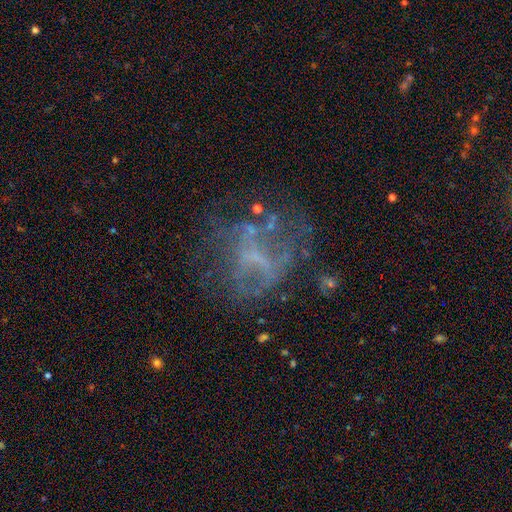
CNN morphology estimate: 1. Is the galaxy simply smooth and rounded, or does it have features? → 57% featured or disk, 24% star or artifact, 19% smooth.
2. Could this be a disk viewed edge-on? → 97% no, 3% yes.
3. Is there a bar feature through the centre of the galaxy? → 69% no, 22% weak, 9% strong.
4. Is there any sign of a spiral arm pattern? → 78% no, 22% yes.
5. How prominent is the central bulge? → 68% none, 21% small, 9% moderate, 2% large, 1% dominant.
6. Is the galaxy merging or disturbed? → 49% none, 29% major disturbance, 17% minor disturbance, 5% merger.